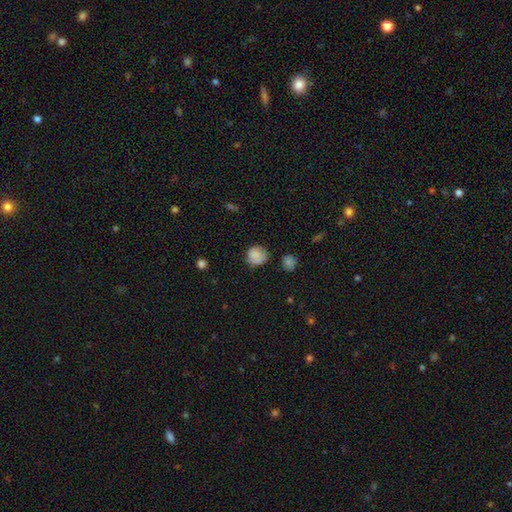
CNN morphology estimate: smooth 76%, featured or disk 15%, star or artifact 10%. Down the decision tree: how rounded — round (82%); merging — none (66%).